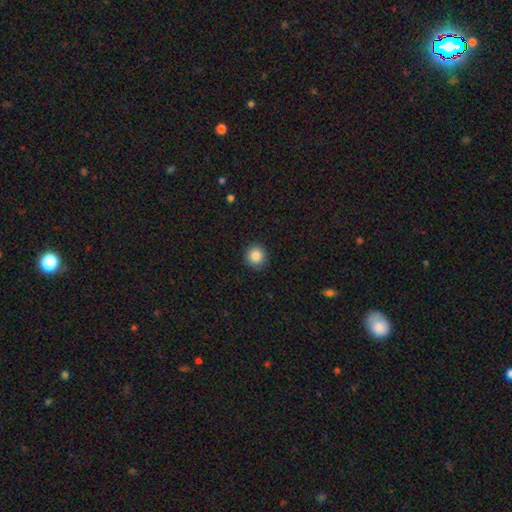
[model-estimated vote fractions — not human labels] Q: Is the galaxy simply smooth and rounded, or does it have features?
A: smooth — 86%.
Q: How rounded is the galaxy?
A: round — 93%.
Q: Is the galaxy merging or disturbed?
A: none — 91%.